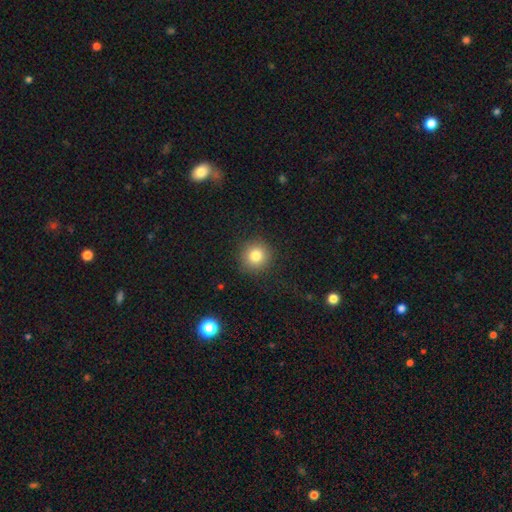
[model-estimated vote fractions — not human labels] A smooth galaxy with no disk features (82%) that is round (93%). Merging: none (89%).